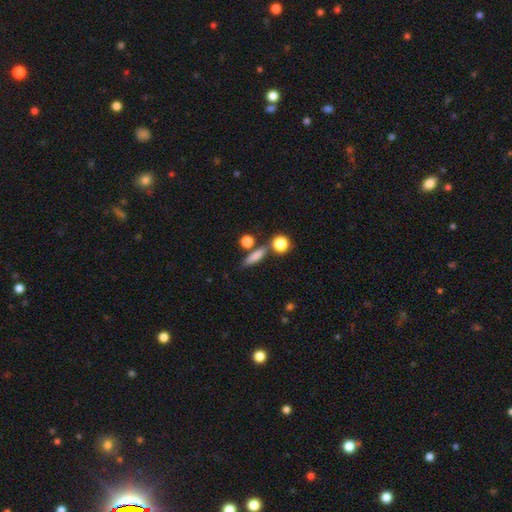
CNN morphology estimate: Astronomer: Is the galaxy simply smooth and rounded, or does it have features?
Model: smooth — 75%.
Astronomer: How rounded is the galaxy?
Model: cigar-shaped — 57%.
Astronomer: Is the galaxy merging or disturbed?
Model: none — 71%.